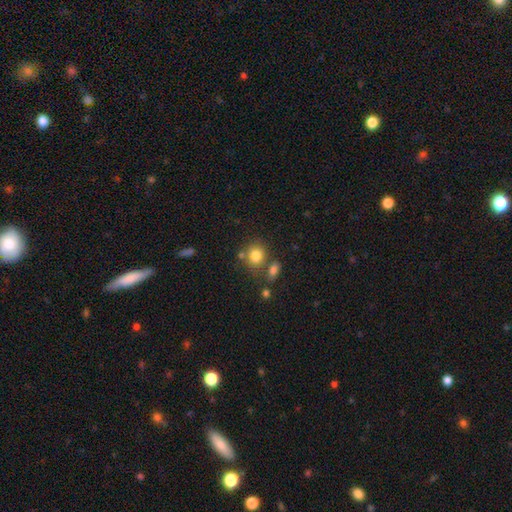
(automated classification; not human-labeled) Smooth or featured? smooth (81%)
How rounded? round (74%)
Merging? none (64%)